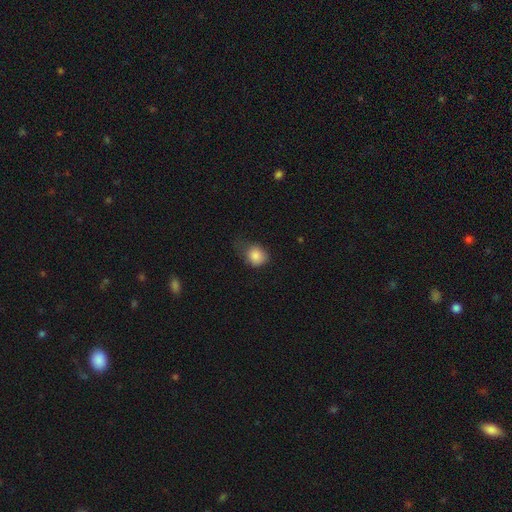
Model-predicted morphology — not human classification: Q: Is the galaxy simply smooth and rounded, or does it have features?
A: smooth — 85%.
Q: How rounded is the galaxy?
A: round — 67%.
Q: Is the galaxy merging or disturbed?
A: none — 45%.